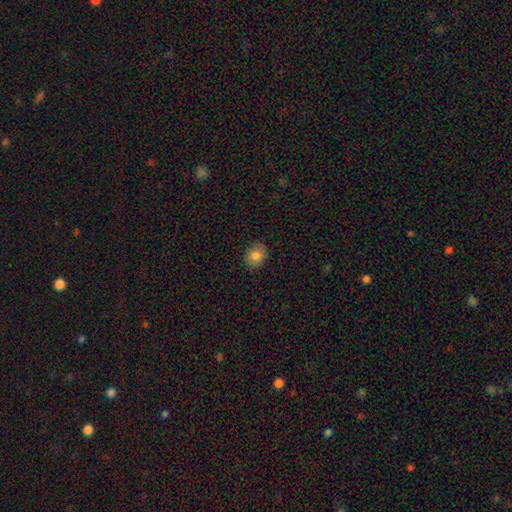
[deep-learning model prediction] This appears to be a smooth galaxy with no disk features (82%) that is round (64%). Merging: none (87%).